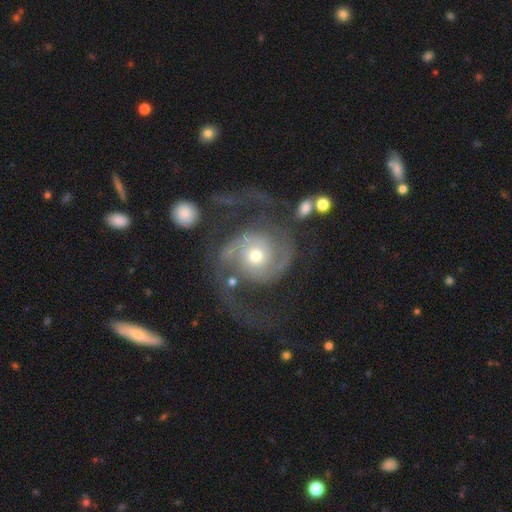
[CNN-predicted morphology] Smooth or featured? featured or disk (89%)
Edge-on disk? no (98%)
Bar? no (71%)
Spiral arms? yes (97%)
Spiral winding? medium (47%)
Spiral arm count? 2 (86%)
Bulge size? moderate (55%)
Merging? none (55%)